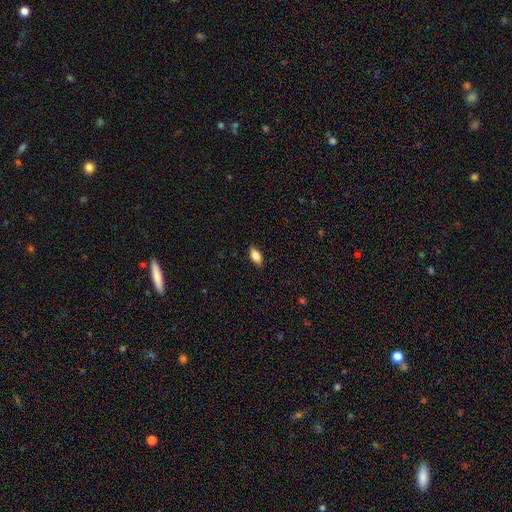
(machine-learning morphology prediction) This appears to be a smooth galaxy with no disk features (84%) that is in between round and cigar-shaped (89%). Merging: none (88%).